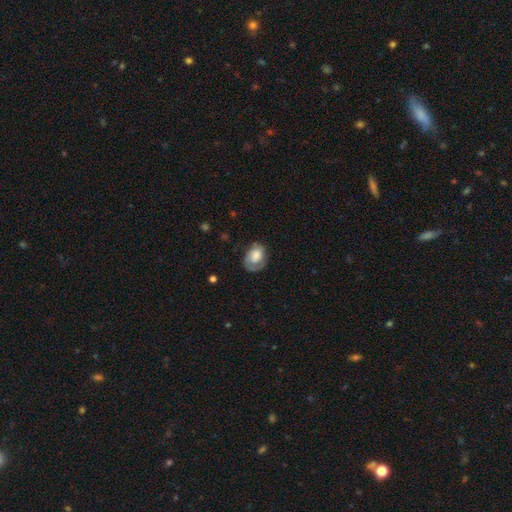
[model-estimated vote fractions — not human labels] Overall: smooth (53%; featured or disk 40%). How rounded: in between (71%). Merging: none (55%; minor disturbance 25%).